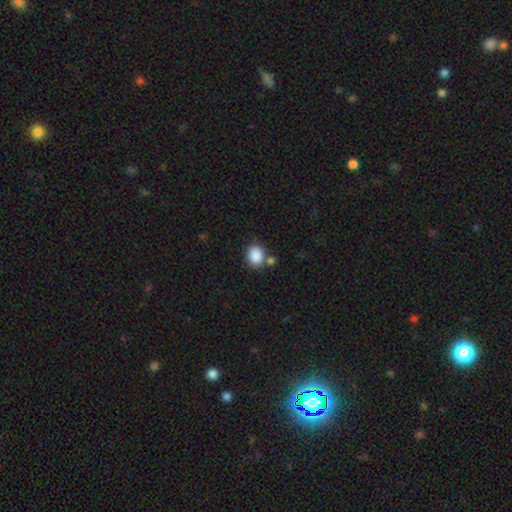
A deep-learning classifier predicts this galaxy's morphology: The model was most divided on "how rounded": round: 58%, in between: 41%, cigar-shaped: 1%. More confident: smooth or featured — smooth (88%); merging — none (72%).